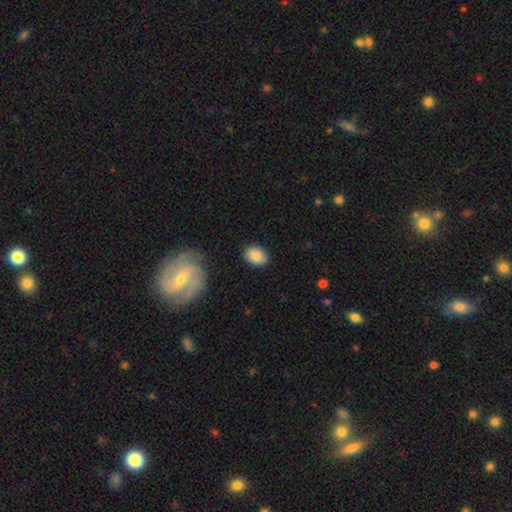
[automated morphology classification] type=smooth (85%); roundness=in between (74%); merging=none (84%).